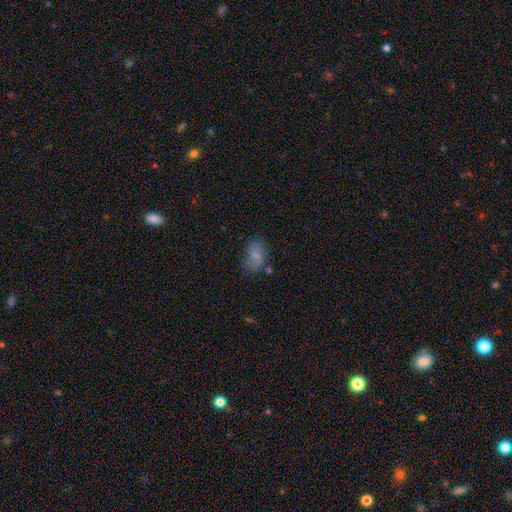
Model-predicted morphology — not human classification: Smooth or featured? smooth (76%)
How rounded? in between (88%)
Merging? none (60%)